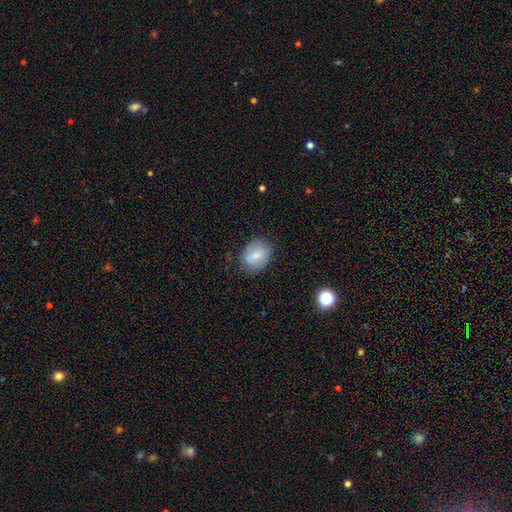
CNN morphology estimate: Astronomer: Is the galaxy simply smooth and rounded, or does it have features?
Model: smooth — 62%.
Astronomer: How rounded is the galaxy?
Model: in between — 54% (runner-up: round, 45%).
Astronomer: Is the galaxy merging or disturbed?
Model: none — 74%.